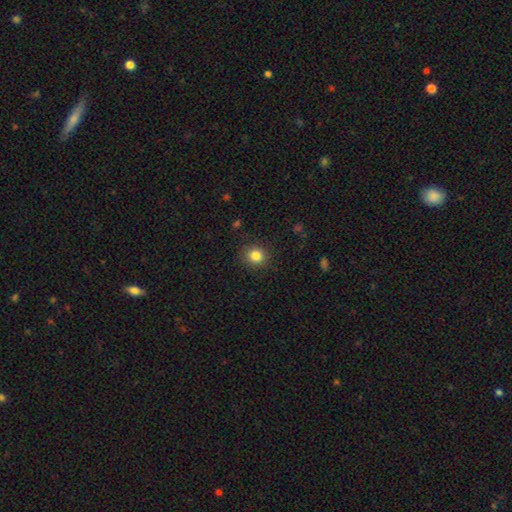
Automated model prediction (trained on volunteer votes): Smooth or featured? smooth (83%)
How rounded? round (86%)
Merging? none (89%)